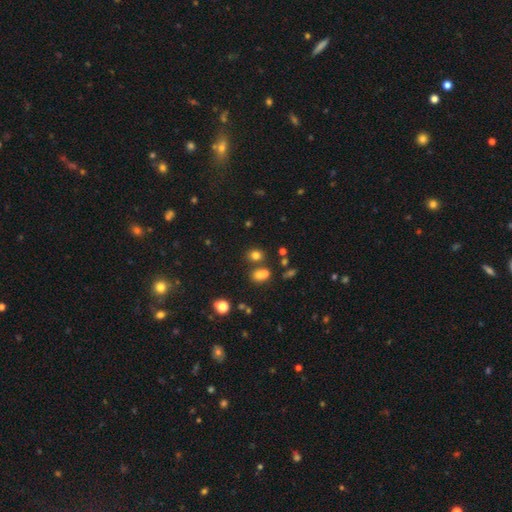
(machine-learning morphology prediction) smooth 76%, star or artifact 17%, featured or disk 7%. Down the decision tree: how rounded — round (59%); merging — none (65%).